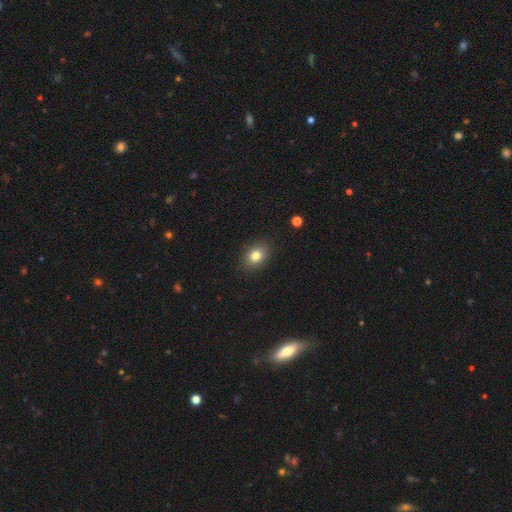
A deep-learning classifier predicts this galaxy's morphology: The model was most divided on "how rounded": in between: 63%, round: 36%, cigar-shaped: 1%. More confident: merging — none (87%); smooth or featured — smooth (80%).